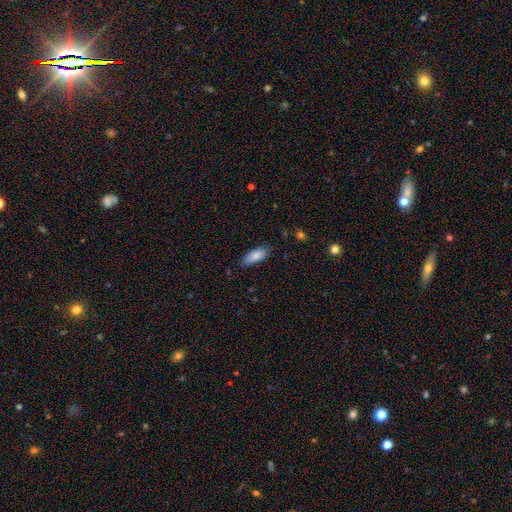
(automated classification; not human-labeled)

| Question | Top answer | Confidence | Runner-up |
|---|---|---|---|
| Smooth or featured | smooth | 85% | featured or disk (9%) |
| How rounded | in between | 72% | cigar-shaped (26%) |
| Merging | none | 78% | minor disturbance (17%) |